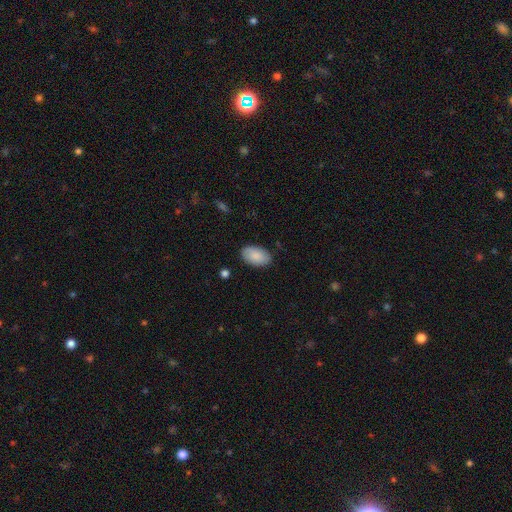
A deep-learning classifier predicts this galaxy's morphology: This appears to be a smooth galaxy with no disk features (87%) that is in between round and cigar-shaped (93%). Merging: none (86%).